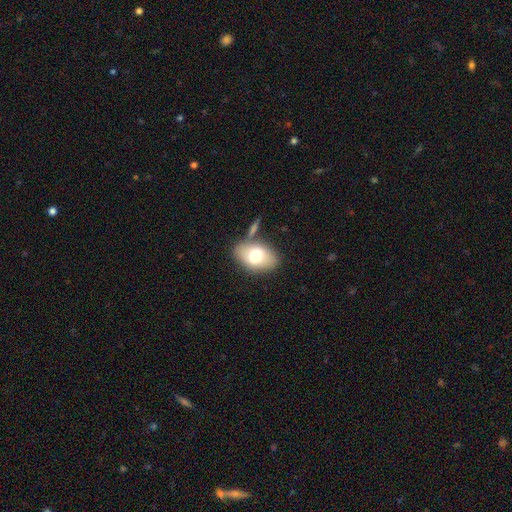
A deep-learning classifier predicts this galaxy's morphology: The model was most divided on "smooth or featured": smooth: 69%, featured or disk: 23%, star or artifact: 7%. More confident: how rounded — in between (87%); merging — none (71%).